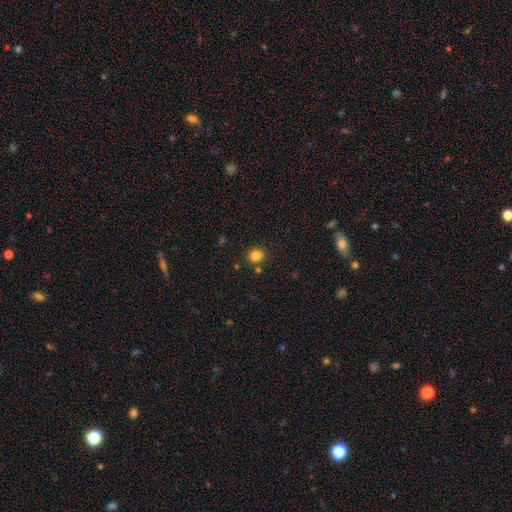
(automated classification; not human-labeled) Smooth or featured? smooth (82%)
How rounded? round (77%)
Merging? none (79%)